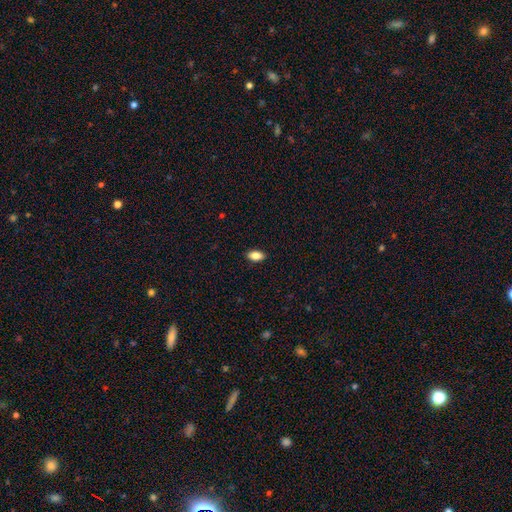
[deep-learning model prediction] Q: Smooth or featured?
A: smooth (85%); runner-up: star or artifact (8%)
Q: How rounded?
A: in between (91%); runner-up: round (5%)
Q: Merging?
A: none (90%); runner-up: minor disturbance (8%)